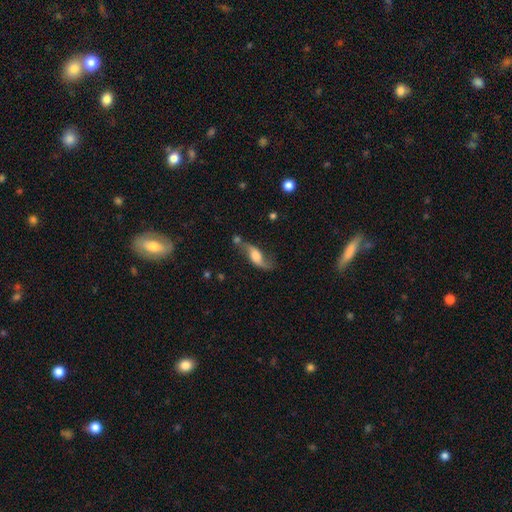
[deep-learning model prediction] Q: Smooth or featured?
A: featured or disk (66%); runner-up: smooth (27%)
Q: Edge-on disk?
A: no (85%); runner-up: yes (15%)
Q: Bar?
A: no (57%); runner-up: weak (32%)
Q: Spiral arms?
A: yes (90%); runner-up: no (10%)
Q: Spiral winding?
A: loose (86%); runner-up: medium (11%)
Q: Spiral arm count?
A: 2 (89%); runner-up: 1 (6%)
Q: Bulge size?
A: moderate (34%); tied with: large (34%)
Q: Merging?
A: none (52%); runner-up: minor disturbance (22%)